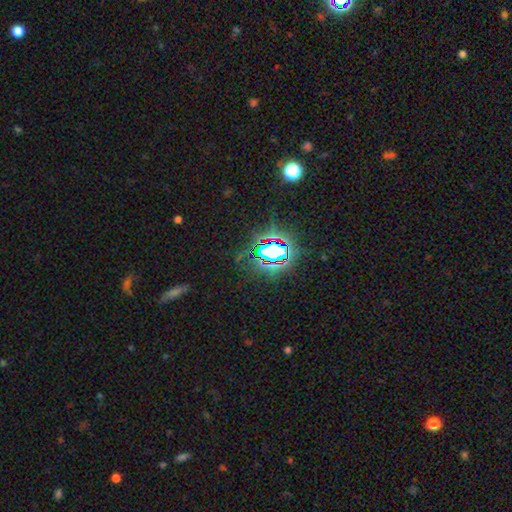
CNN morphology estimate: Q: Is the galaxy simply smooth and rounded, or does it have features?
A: star or artifact — 80%.